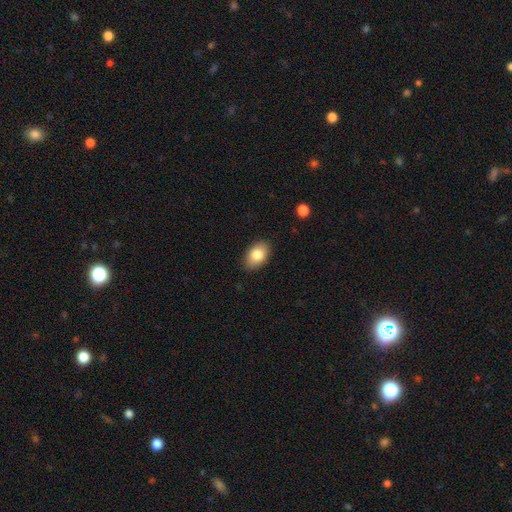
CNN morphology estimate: Smooth or featured?
  - smooth: 83% *
  - featured or disk: 10%
  - star or artifact: 7%
How rounded?
  - in between: 89% *
  - round: 10%
  - cigar-shaped: 1%
Merging?
  - none: 88% *
  - minor disturbance: 9%
  - major disturbance: 2%
  - merger: 1%